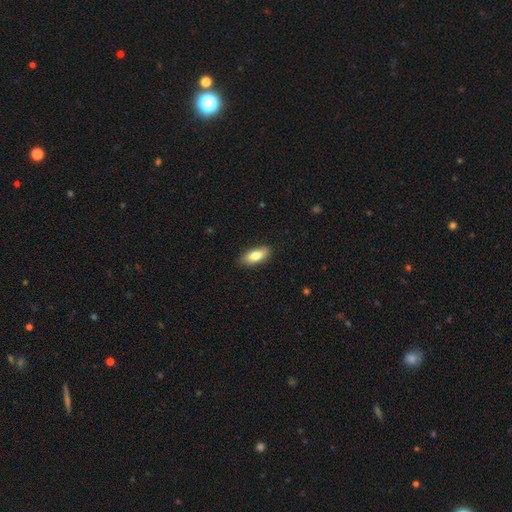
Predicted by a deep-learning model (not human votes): Overall: smooth (79%). How rounded: in between (81%). Merging: none (88%).